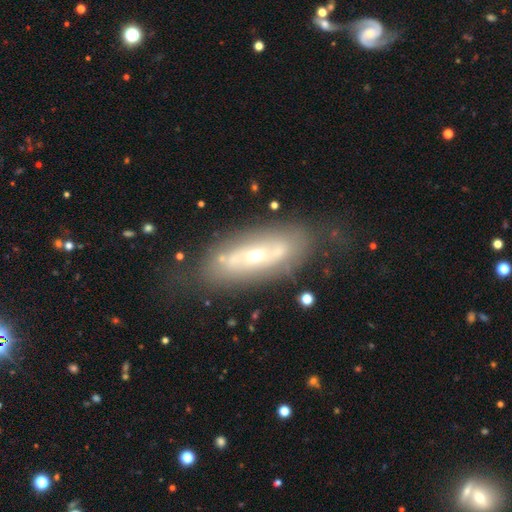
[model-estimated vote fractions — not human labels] The model was most divided on "spiral arms": no: 54%, yes: 46%. More confident: edge-on disk — no (81%); bar — no (70%); merging — none (68%); smooth or featured — featured or disk (68%); bulge size — small (55%).